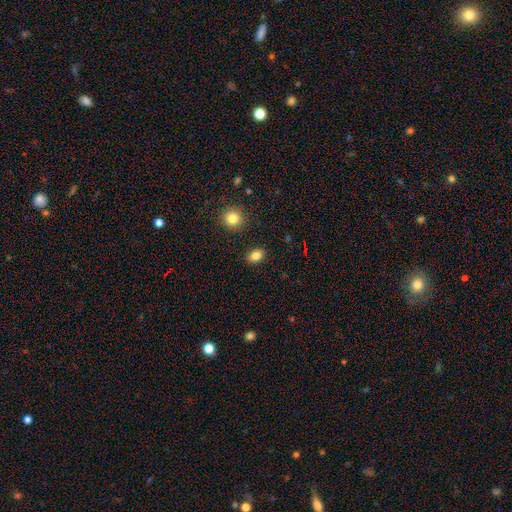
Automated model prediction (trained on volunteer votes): A smooth galaxy with no disk features (83%) that is in between round and cigar-shaped (72%). Merging: none (88%).